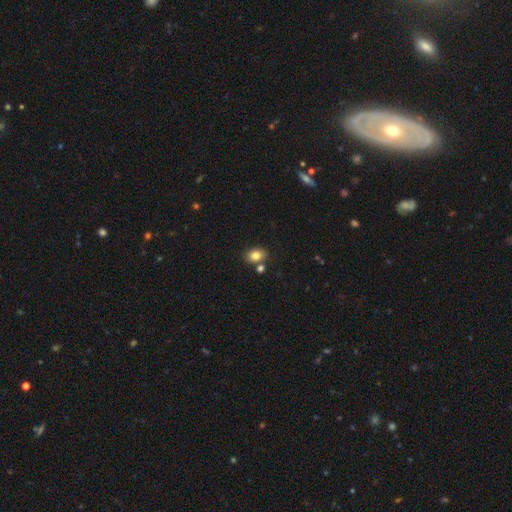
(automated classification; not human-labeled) Morphology: type=smooth (82%); roundness=in between (71%); merging=none (72%).